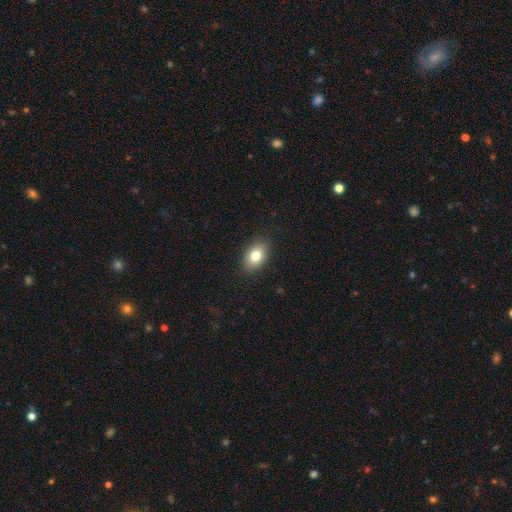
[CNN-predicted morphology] type=smooth (79%); roundness=in between (82%); merging=none (88%).